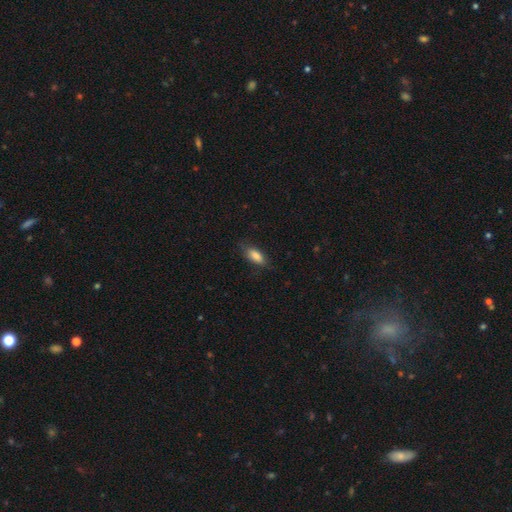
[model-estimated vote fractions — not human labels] Overall: smooth (83%). How rounded: in between (80%). Merging: none (73%).